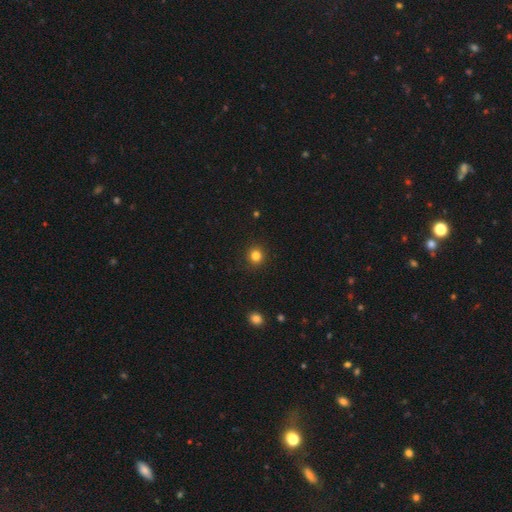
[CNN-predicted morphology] This is clearly a smooth galaxy (82%). How rounded: clearly round (92%). Merging: clearly none (92%).